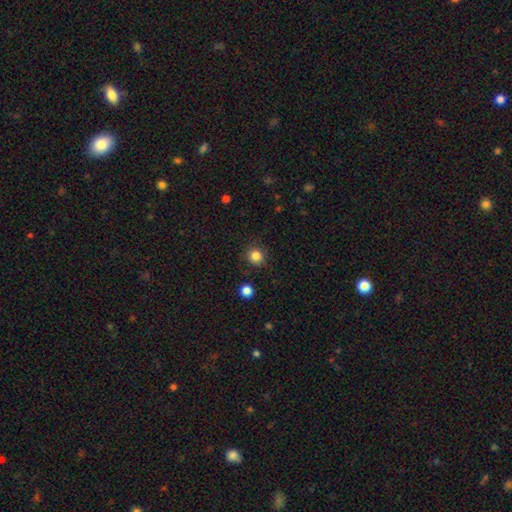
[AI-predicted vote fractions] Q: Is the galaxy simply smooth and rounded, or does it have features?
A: smooth — 84%.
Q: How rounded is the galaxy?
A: round — 91%.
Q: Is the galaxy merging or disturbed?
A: none — 89%.